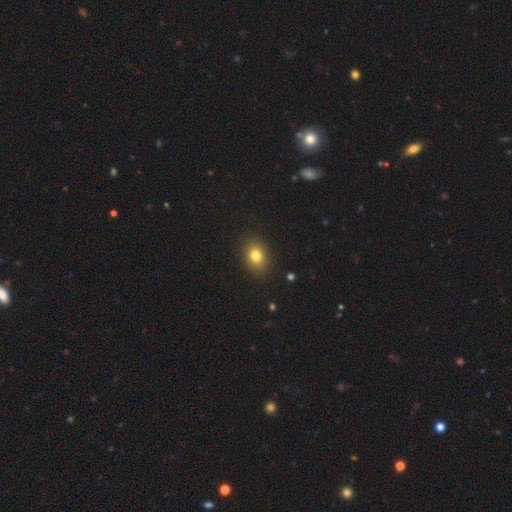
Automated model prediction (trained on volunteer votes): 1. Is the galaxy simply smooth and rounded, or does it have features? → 80% smooth, 12% star or artifact, 8% featured or disk.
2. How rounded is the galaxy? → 61% in between, 38% round, 1% cigar-shaped.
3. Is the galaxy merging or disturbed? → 88% none, 9% minor disturbance, 2% major disturbance, 1% merger.